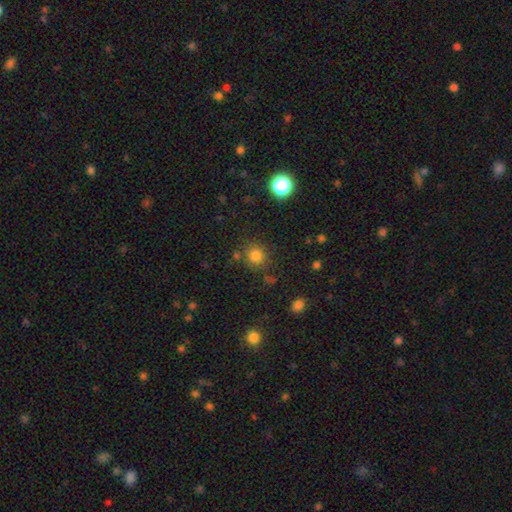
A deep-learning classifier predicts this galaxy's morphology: This appears to be a smooth galaxy with no disk features (78%) that is round (90%). Merging: none (78%).